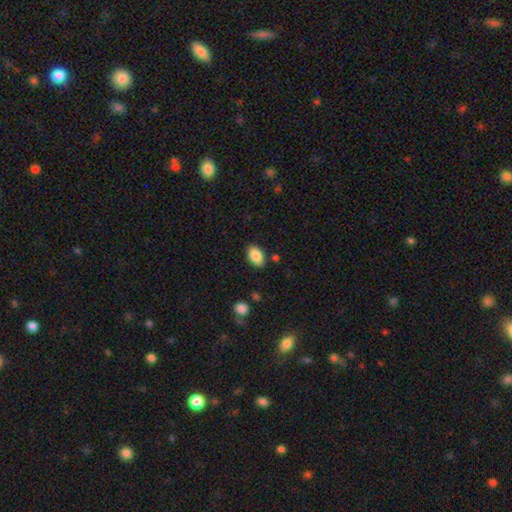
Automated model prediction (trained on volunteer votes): Overall: smooth (86%). How rounded: in between (89%). Merging: none (84%).